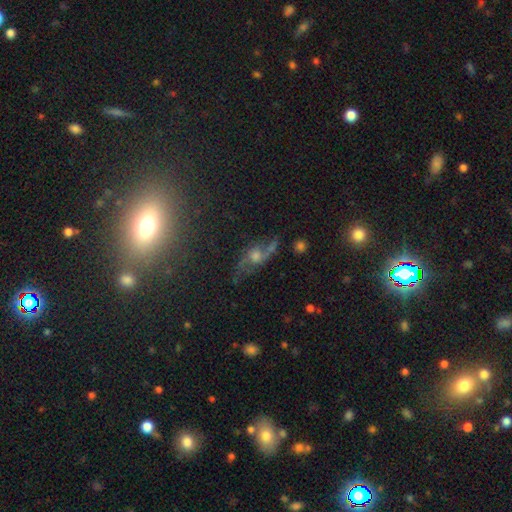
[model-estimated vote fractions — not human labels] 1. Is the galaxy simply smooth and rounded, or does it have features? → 63% featured or disk, 19% star or artifact, 18% smooth.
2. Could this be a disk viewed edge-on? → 85% no, 15% yes.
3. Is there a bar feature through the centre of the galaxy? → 70% no, 25% weak, 5% strong.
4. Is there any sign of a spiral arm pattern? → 85% yes, 15% no.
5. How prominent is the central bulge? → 49% moderate, 26% small, 15% large, 7% none, 3% dominant.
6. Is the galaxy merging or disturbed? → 59% none, 18% minor disturbance, 17% major disturbance, 6% merger.